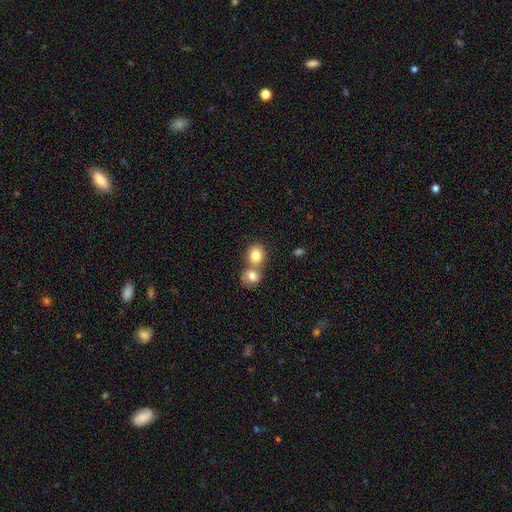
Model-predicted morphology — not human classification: Smooth or featured? Predicted: smooth (p=0.83). How rounded? Predicted: round (p=0.74). Merging? Predicted: merger (p=0.53).